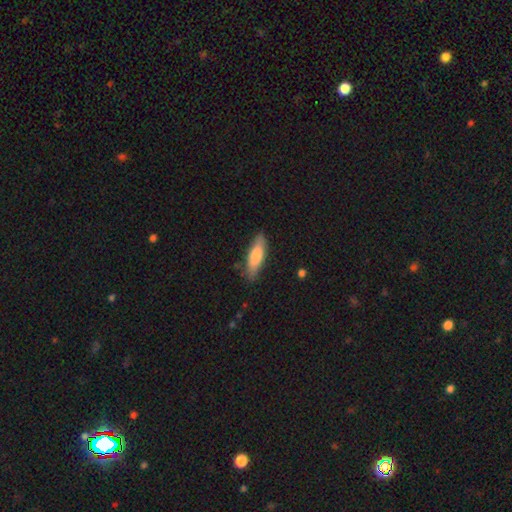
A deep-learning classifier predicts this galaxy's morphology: This appears to be a smooth galaxy with no disk features (77%) that is cigar-shaped (57%). Merging: none (82%).